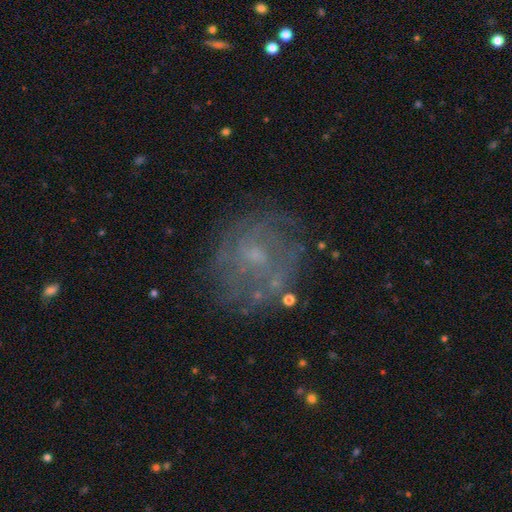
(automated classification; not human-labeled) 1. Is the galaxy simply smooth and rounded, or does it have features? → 66% featured or disk, 20% smooth, 14% star or artifact.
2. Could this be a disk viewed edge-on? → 97% no, 3% yes.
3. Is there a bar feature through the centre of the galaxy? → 66% no, 29% weak, 5% strong.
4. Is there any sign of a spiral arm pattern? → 64% yes, 36% no.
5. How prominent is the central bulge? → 59% small, 25% moderate, 13% none, 2% large, 1% dominant.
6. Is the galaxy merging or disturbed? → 71% none, 16% minor disturbance, 10% major disturbance, 3% merger.